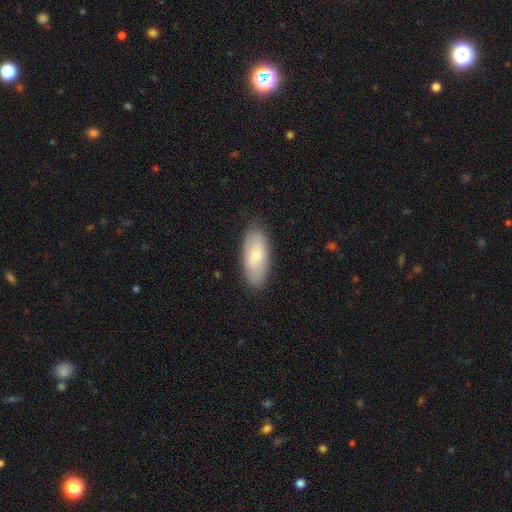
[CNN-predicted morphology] Smooth or featured: smooth — 69% (featured or disk — 25%)
How rounded: in between — 86% (cigar-shaped — 12%)
Merging: none — 82% (minor disturbance — 14%)